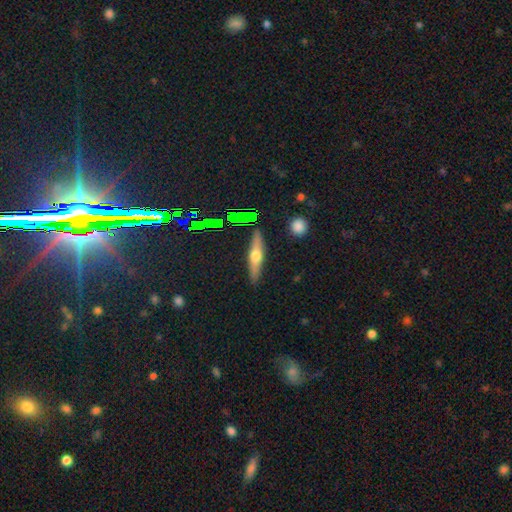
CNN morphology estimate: smooth-or-featured: featured or disk: 58% | smooth: 34% | star or artifact: 8%
  disk-edge-on: yes: 94% | no: 6%
    edge-on-bulge: rounded: 93% | none: 4% | boxy: 3%
  merging: none: 86% | minor disturbance: 9% | merger: 3% | major disturbance: 2%